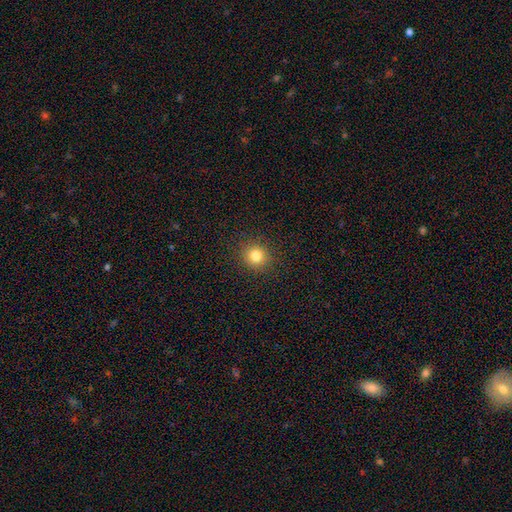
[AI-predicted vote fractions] smooth-or-featured: smooth: 81% | star or artifact: 13% | featured or disk: 6%
  how-rounded: round: 89% | in between: 10% | cigar-shaped: 1%
  merging: none: 91% | minor disturbance: 6% | major disturbance: 2% | merger: 1%